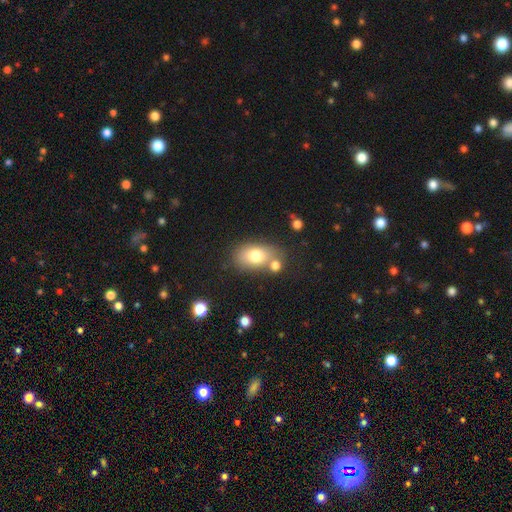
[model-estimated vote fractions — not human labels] smooth_or_featured: smooth (p=0.76) [alt: featured or disk p=0.15]
how_rounded: in between (p=0.82) [alt: round p=0.16]
merging: none (p=0.61) [alt: merger p=0.19]